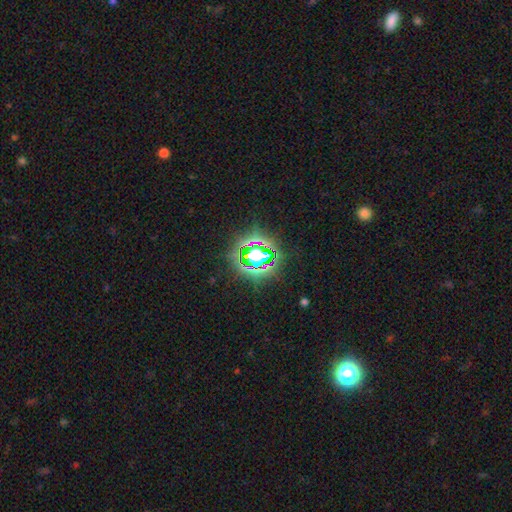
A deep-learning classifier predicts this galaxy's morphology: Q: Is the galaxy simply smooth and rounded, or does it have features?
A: star or artifact — 69%.